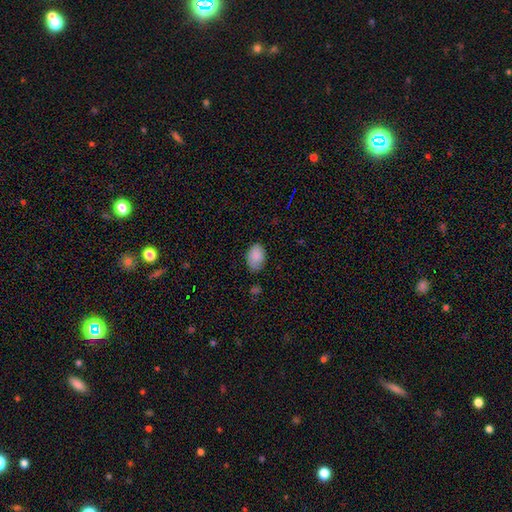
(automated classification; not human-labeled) A smooth galaxy with no disk features (87%) that is in between round and cigar-shaped (88%). Merging: none (73%).